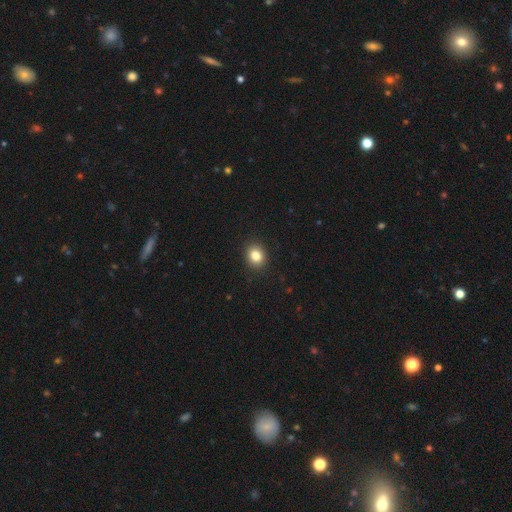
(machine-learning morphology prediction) The model was most divided on "how rounded": round: 64%, in between: 35%, cigar-shaped: 1%. More confident: merging — none (90%); smooth or featured — smooth (84%).